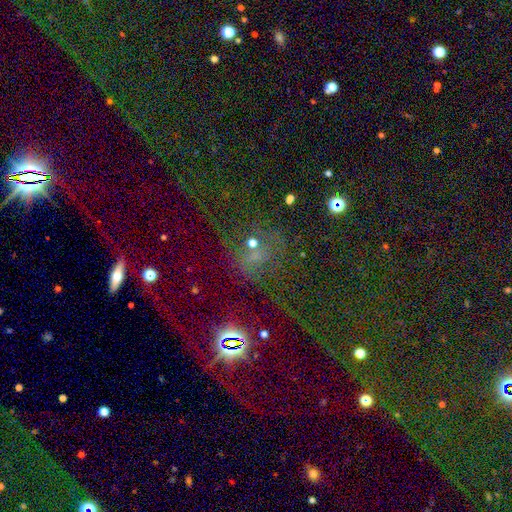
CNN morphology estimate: This appears to be a star or artifact, not a galaxy (52%).